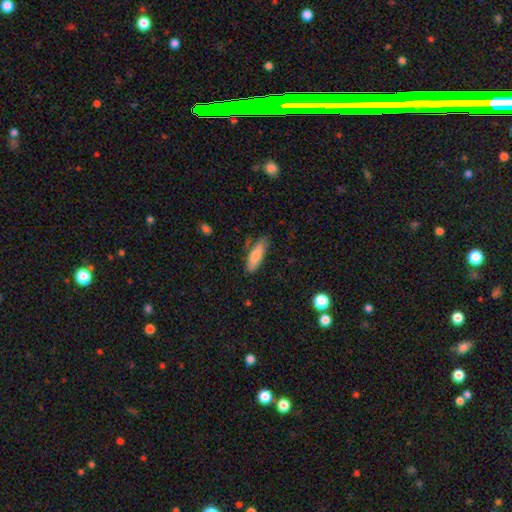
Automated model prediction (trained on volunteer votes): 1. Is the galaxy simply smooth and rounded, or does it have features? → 79% smooth, 15% featured or disk, 6% star or artifact.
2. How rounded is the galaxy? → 53% in between, 45% cigar-shaped, 2% round.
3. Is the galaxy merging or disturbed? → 72% none, 21% minor disturbance, 5% major disturbance, 3% merger.